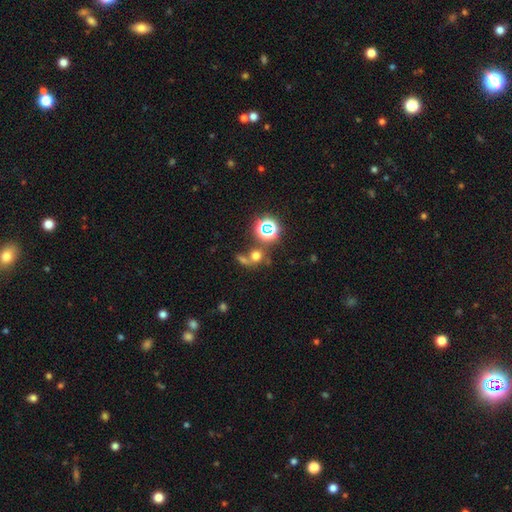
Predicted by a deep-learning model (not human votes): Smooth or featured? Predicted: smooth (p=0.57). How rounded? Predicted: round (p=0.77). Merging? Predicted: none (p=0.44).